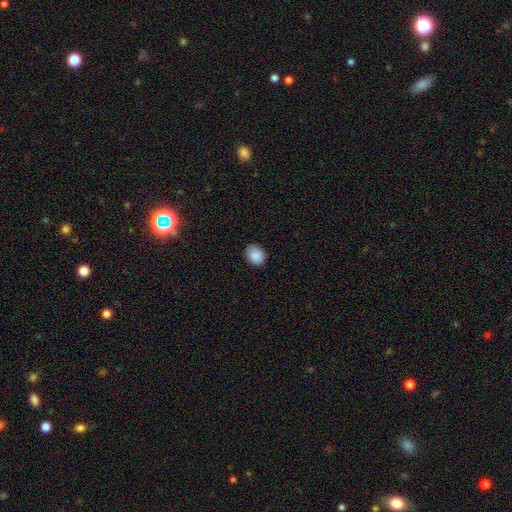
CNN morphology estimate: Smooth or featured: smooth — 88% (star or artifact — 8%)
How rounded: round — 51% (in between — 48%)
Merging: none — 83% (minor disturbance — 13%)